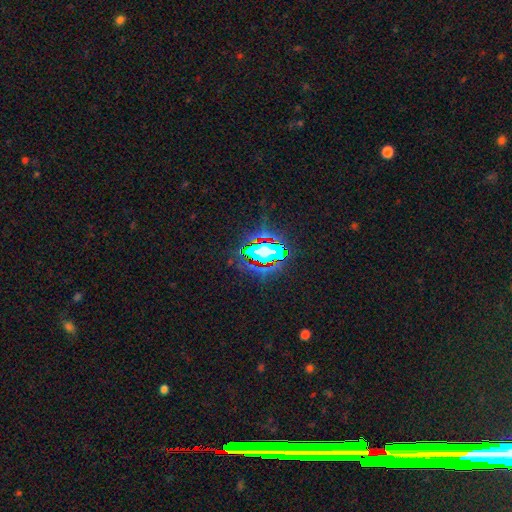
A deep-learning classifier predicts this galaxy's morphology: type=star or artifact (72%).